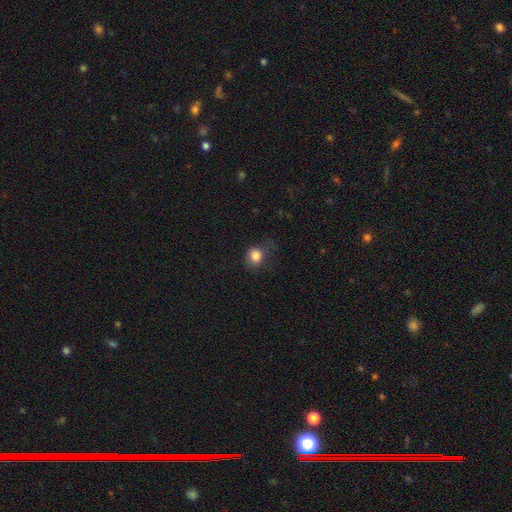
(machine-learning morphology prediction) smooth-or-featured: smooth: 83% | star or artifact: 11% | featured or disk: 7%
  how-rounded: round: 69% | in between: 30% | cigar-shaped: 1%
  merging: none: 57% | minor disturbance: 27% | major disturbance: 15% | merger: 2%